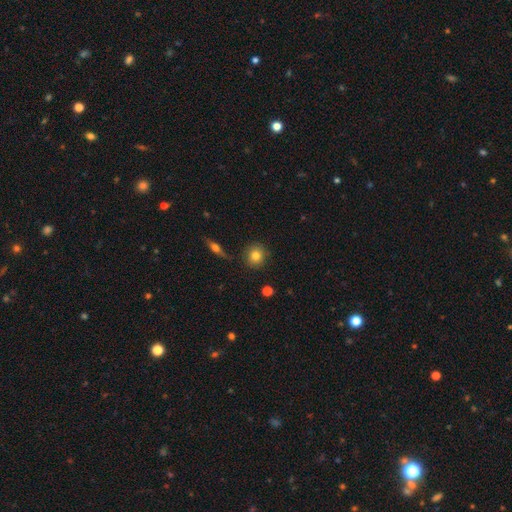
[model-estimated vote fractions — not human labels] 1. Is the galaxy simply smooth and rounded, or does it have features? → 80% smooth, 10% featured or disk, 9% star or artifact.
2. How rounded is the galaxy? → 90% round, 9% in between, 1% cigar-shaped.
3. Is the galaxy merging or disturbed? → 87% none, 8% minor disturbance, 2% merger, 2% major disturbance.